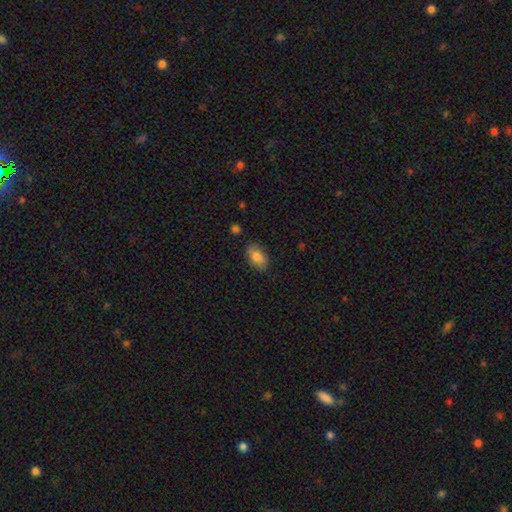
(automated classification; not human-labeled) Overall: smooth (83%). How rounded: in between (91%). Merging: none (83%).